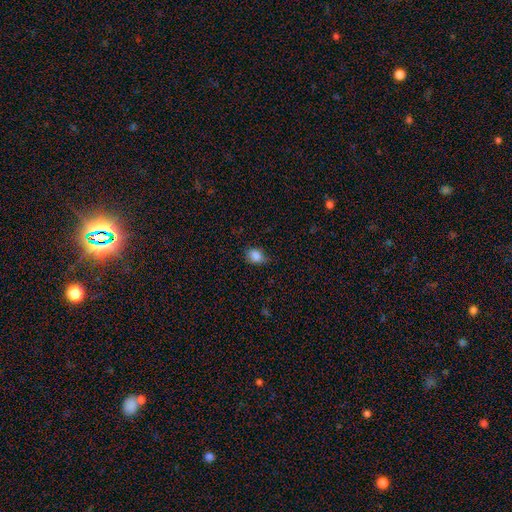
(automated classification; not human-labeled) Overall: smooth (85%). How rounded: in between (61%; round 38%). Merging: none (69%).